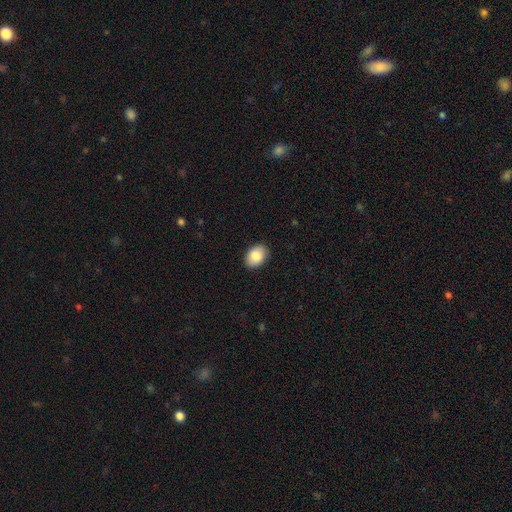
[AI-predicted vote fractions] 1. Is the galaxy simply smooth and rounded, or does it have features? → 86% smooth, 7% featured or disk, 7% star or artifact.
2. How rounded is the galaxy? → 81% in between, 18% round, 1% cigar-shaped.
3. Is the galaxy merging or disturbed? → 89% none, 8% minor disturbance, 2% major disturbance, 1% merger.